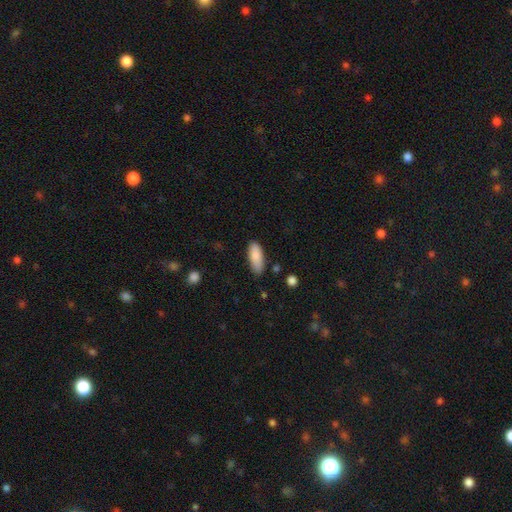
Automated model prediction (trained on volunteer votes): Q: Smooth or featured?
A: smooth (87%); runner-up: featured or disk (7%)
Q: How rounded?
A: in between (76%); runner-up: cigar-shaped (23%)
Q: Merging?
A: none (80%); runner-up: minor disturbance (15%)